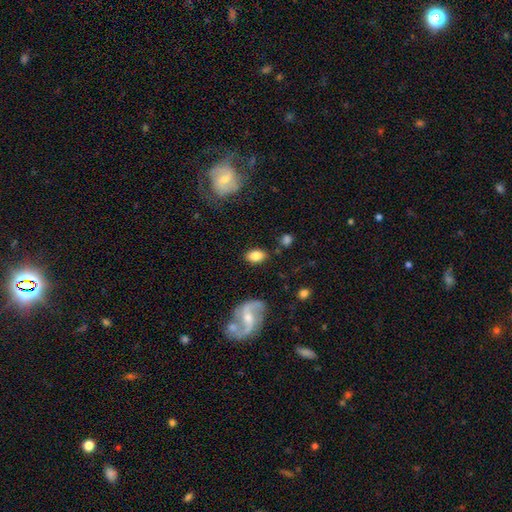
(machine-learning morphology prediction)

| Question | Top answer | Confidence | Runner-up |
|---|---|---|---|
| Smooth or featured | smooth | 81% | featured or disk (12%) |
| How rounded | in between | 88% | round (10%) |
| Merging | none | 81% | minor disturbance (12%) |